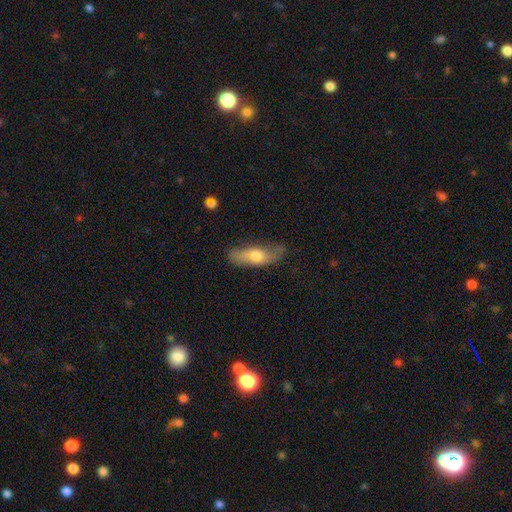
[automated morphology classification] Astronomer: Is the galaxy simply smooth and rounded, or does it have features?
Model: smooth — 57% (runner-up: featured or disk, 36%).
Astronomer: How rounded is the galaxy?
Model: in between — 55% (runner-up: cigar-shaped, 42%).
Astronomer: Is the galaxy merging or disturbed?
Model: none — 67%.